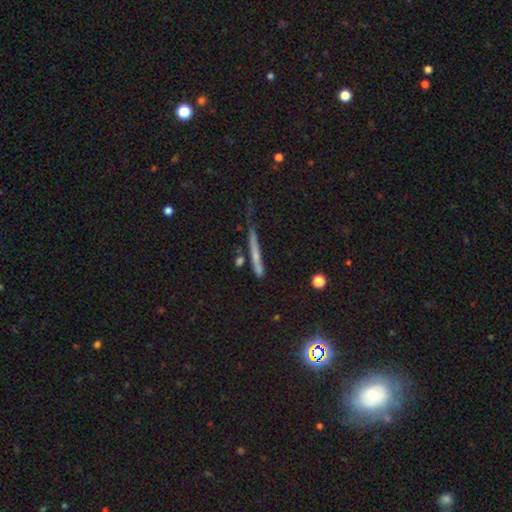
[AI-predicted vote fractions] Smooth or featured: smooth — 48% (featured or disk — 39%)
Merging: none — 56% (minor disturbance — 23%)